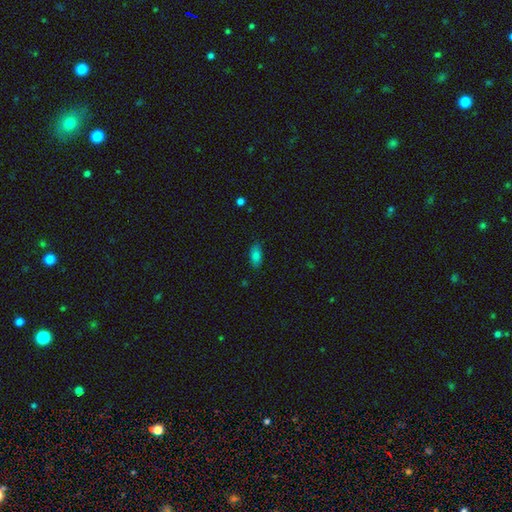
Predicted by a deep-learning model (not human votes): smooth 81%, star or artifact 10%, featured or disk 10%. Down the decision tree: how rounded — in between (86%); merging — none (84%).